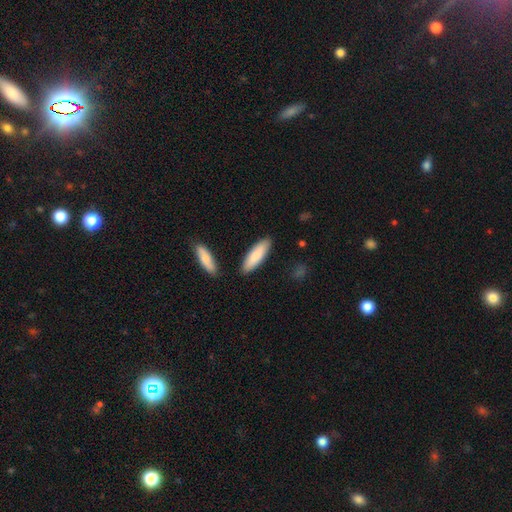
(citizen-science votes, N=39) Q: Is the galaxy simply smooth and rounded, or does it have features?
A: smooth — 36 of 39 (92%).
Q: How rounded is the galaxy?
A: cigar-shaped — 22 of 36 (61%).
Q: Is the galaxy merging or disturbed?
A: none — 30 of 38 (79%).